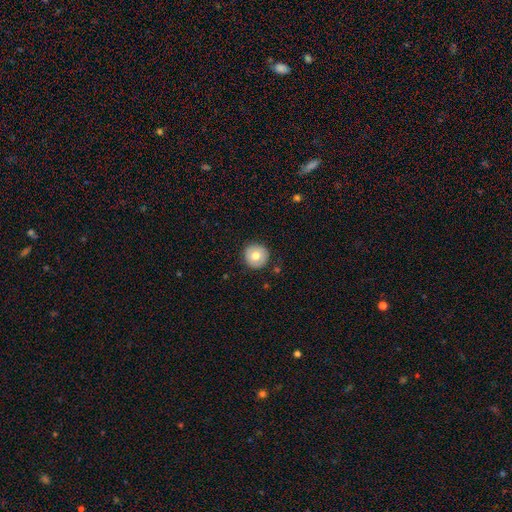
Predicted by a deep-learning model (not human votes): Smooth or featured? smooth (70%)
How rounded? round (96%)
Merging? none (91%)